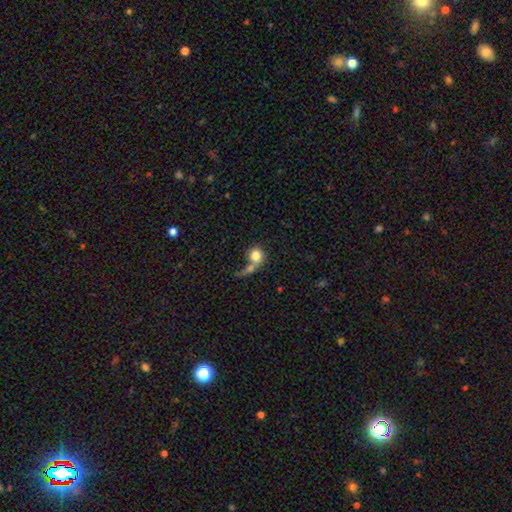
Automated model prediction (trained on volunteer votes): The model was most divided on "merging": merger: 45%, none: 28%, major disturbance: 17%, minor disturbance: 10%. More confident: how rounded — round (82%); smooth or featured — smooth (76%).